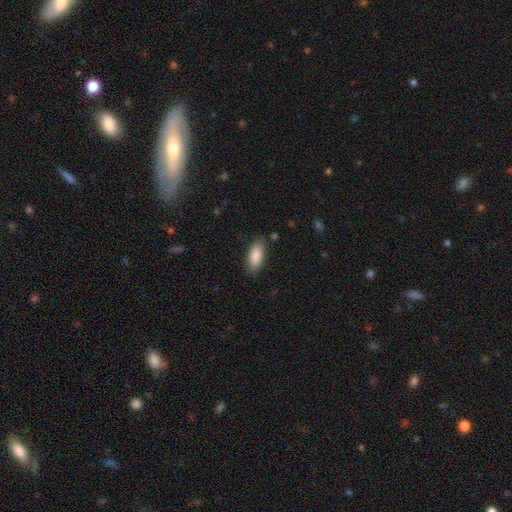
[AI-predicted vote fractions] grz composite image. It shows a smooth galaxy with no disk features (89%) that is in between round and cigar-shaped (84%). Merging: none (85%).